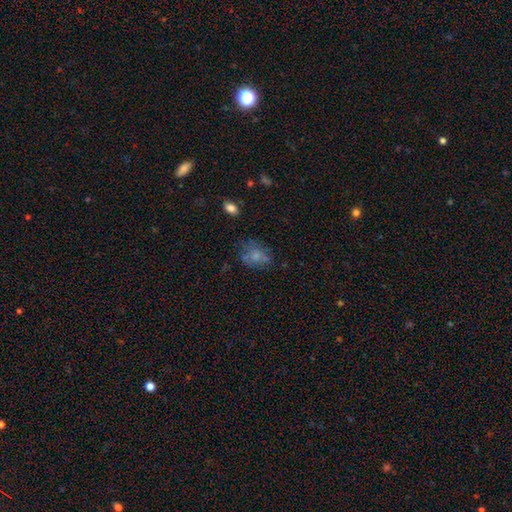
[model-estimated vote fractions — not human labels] This is likely a smooth galaxy (63%). How rounded: possibly in between (56%). Merging: possibly none (49%).